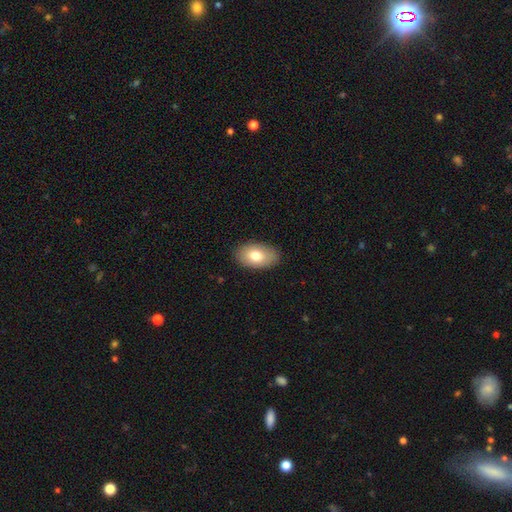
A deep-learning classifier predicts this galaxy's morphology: Smooth or featured?
  - smooth: 77% *
  - featured or disk: 16%
  - star or artifact: 7%
How rounded?
  - in between: 92% *
  - round: 7%
  - cigar-shaped: 1%
Merging?
  - none: 87% *
  - minor disturbance: 10%
  - major disturbance: 2%
  - merger: 1%